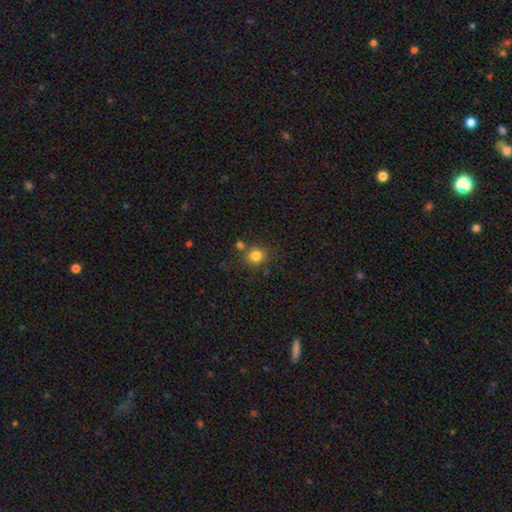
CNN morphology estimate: Smooth or featured? Predicted: smooth (p=0.81). How rounded? Predicted: round (p=0.87). Merging? Predicted: none (p=0.72).